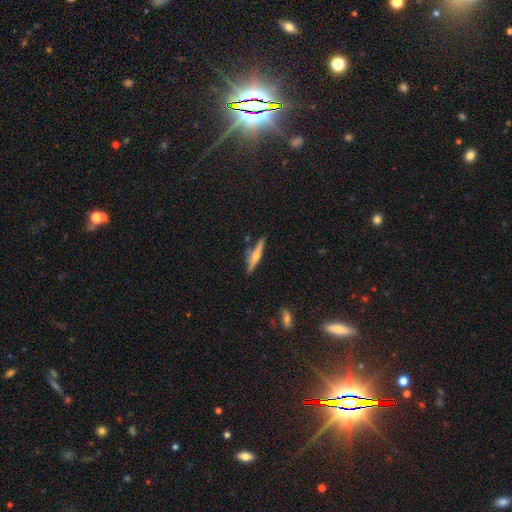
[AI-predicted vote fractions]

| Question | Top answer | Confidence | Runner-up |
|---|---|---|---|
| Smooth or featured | featured or disk | 58% | smooth (35%) |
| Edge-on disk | yes | 96% | no (4%) |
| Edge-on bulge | rounded | 85% | none (8%) |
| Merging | none | 81% | minor disturbance (12%) |